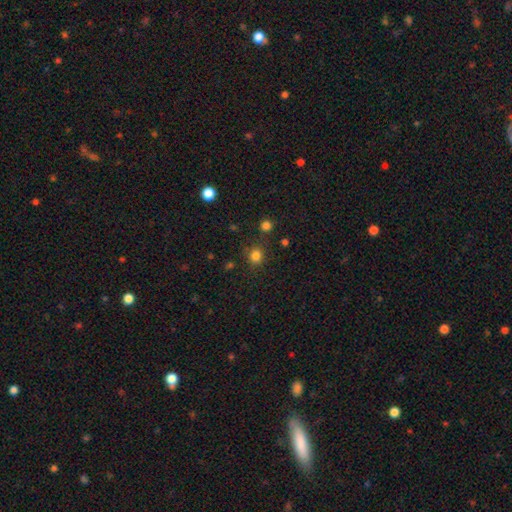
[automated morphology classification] Smooth or featured? Predicted: smooth (p=0.81). How rounded? Predicted: round (p=0.86). Merging? Predicted: none (p=0.82).